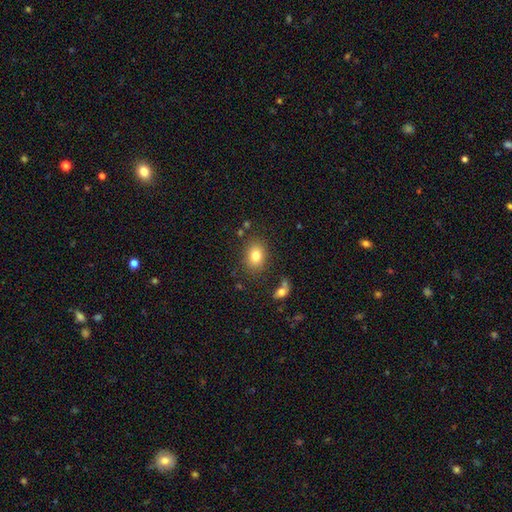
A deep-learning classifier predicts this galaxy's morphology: The model was most divided on "how rounded": in between: 63%, round: 36%, cigar-shaped: 1%. More confident: merging — none (82%); smooth or featured — smooth (80%).